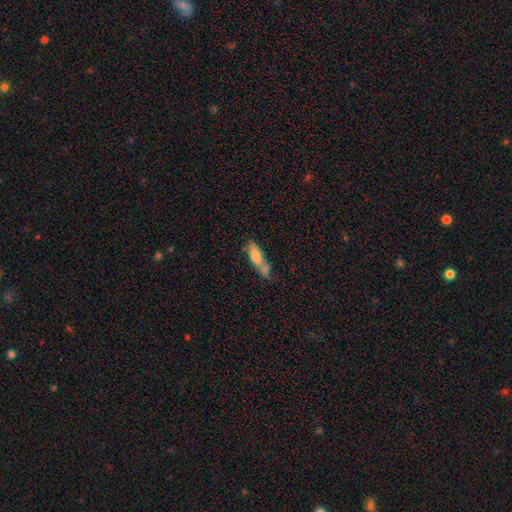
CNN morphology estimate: smooth-or-featured: smooth: 76% | featured or disk: 16% | star or artifact: 8%
  how-rounded: in between: 52% | cigar-shaped: 46% | round: 2%
  merging: merger: 39% | none: 32% | minor disturbance: 20% | major disturbance: 10%